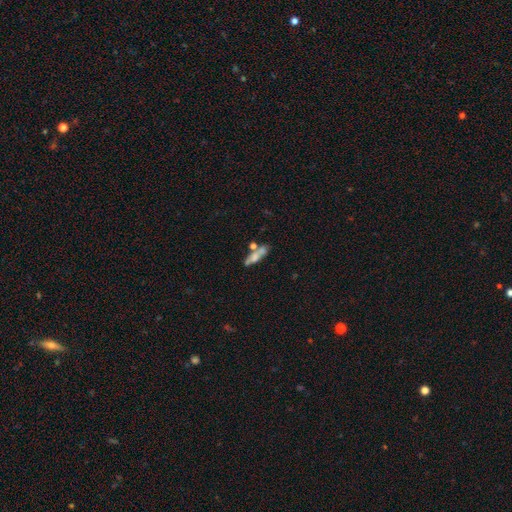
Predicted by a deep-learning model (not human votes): Smooth or featured? smooth (54%)
How rounded? cigar-shaped (55%)
Merging? none (47%)